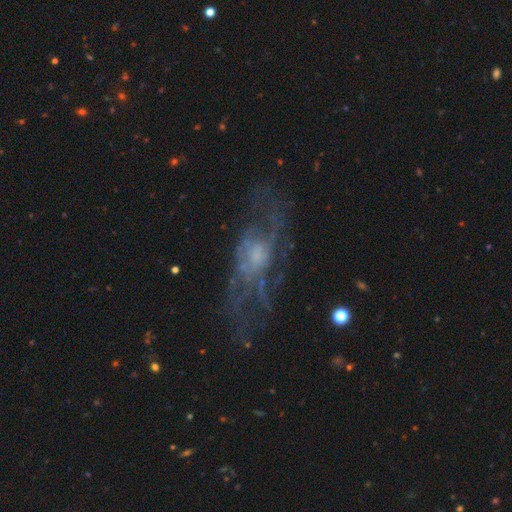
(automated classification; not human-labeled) Smooth or featured?
  - featured or disk: 72% *
  - smooth: 17%
  - star or artifact: 11%
Edge-on disk?
  - no: 88% *
  - yes: 12%
Bar?
  - no: 76% *
  - weak: 20%
  - strong: 4%
Spiral arms?
  - yes: 60% *
  - no: 40%
Bulge size?
  - small: 38% *
  - moderate: 37%
  - none: 15%
  - large: 8%
  - dominant: 2%
Merging?
  - none: 51% *
  - major disturbance: 28%
  - minor disturbance: 19%
  - merger: 3%